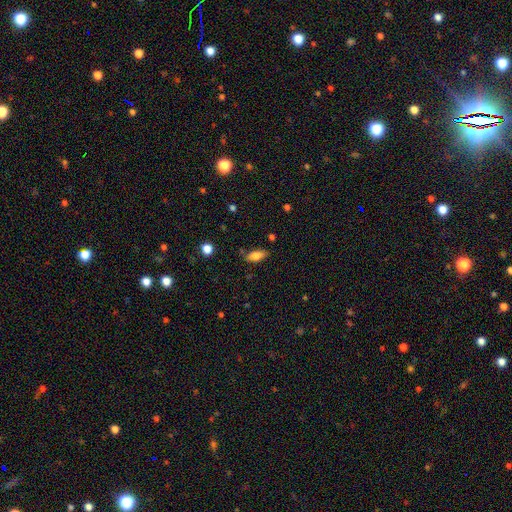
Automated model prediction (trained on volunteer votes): Smooth or featured?
  - smooth: 77% *
  - featured or disk: 15%
  - star or artifact: 8%
How rounded?
  - in between: 81% *
  - cigar-shaped: 16%
  - round: 3%
Merging?
  - none: 74% *
  - minor disturbance: 18%
  - major disturbance: 4%
  - merger: 4%